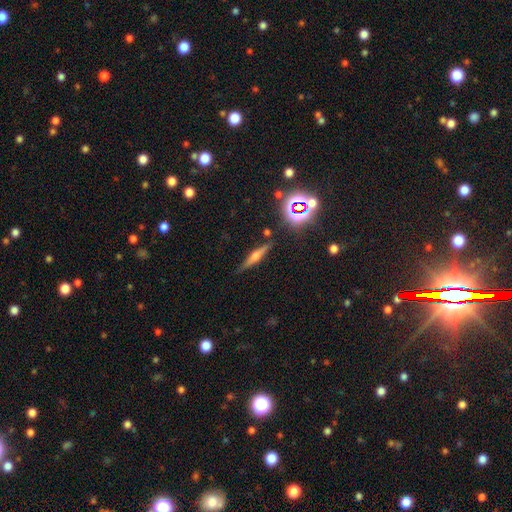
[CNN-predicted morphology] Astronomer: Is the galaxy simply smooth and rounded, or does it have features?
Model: featured or disk — 55%.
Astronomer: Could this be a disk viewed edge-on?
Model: yes — 95%.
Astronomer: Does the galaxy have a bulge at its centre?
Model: rounded — 83%.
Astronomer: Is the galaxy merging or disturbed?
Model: none — 85%.